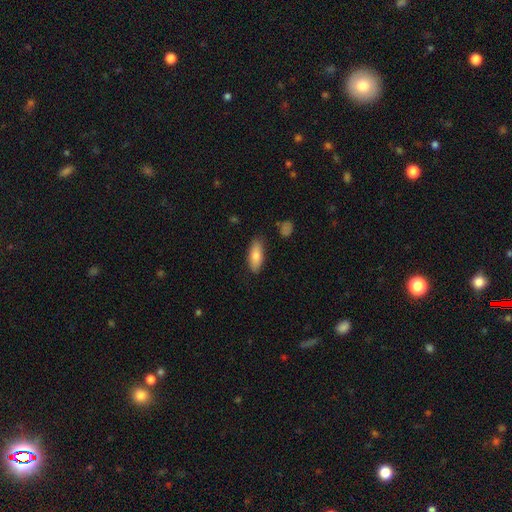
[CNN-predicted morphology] This is clearly a smooth galaxy (81%). How rounded: likely in between (79%). Merging: clearly none (84%).